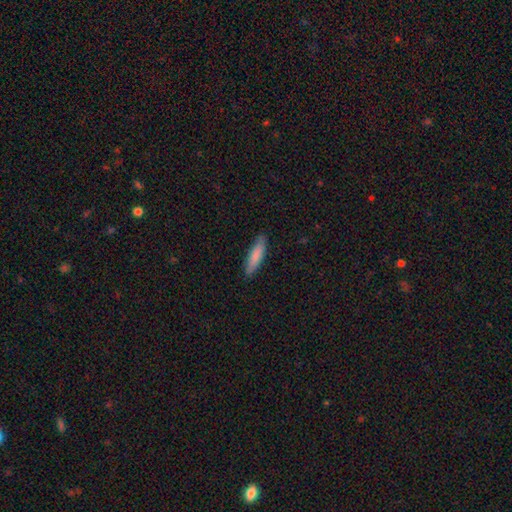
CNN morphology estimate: Q: Smooth or featured?
A: smooth (81%); runner-up: featured or disk (13%)
Q: How rounded?
A: cigar-shaped (77%); runner-up: in between (21%)
Q: Merging?
A: none (88%); runner-up: minor disturbance (9%)